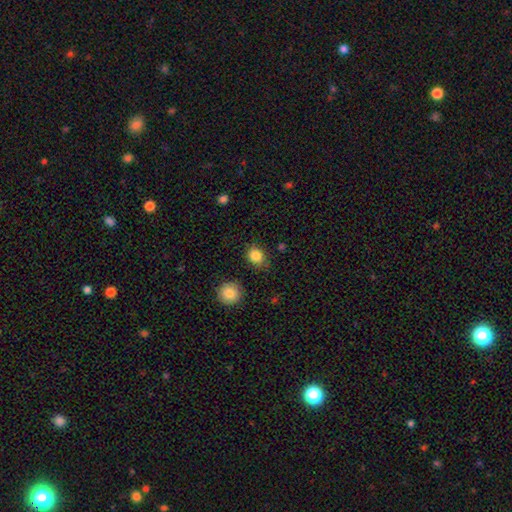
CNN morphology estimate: A smooth galaxy with no disk features (85%) that is round (64%).

Vote fractions:
- Smooth or featured? smooth: 85% / star or artifact: 10% / featured or disk: 5%
- How rounded? round: 64% / in between: 35% / cigar-shaped: 1%
- Merging? none: 79% / minor disturbance: 15% / major disturbance: 4% / merger: 2%